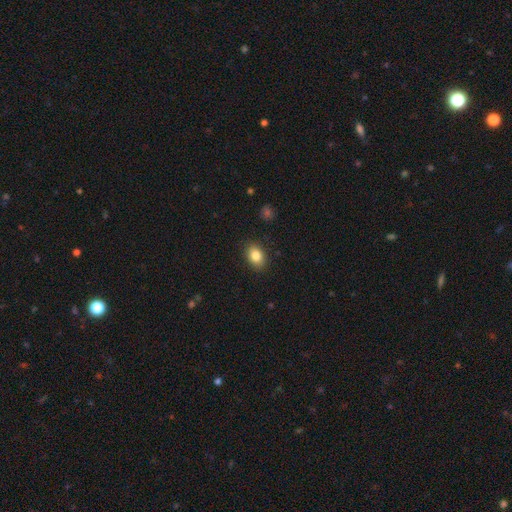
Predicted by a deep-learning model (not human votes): smooth-or-featured: smooth: 84% | star or artifact: 9% | featured or disk: 7%
  how-rounded: in between: 73% | round: 26% | cigar-shaped: 1%
  merging: none: 89% | minor disturbance: 8% | major disturbance: 2% | merger: 1%